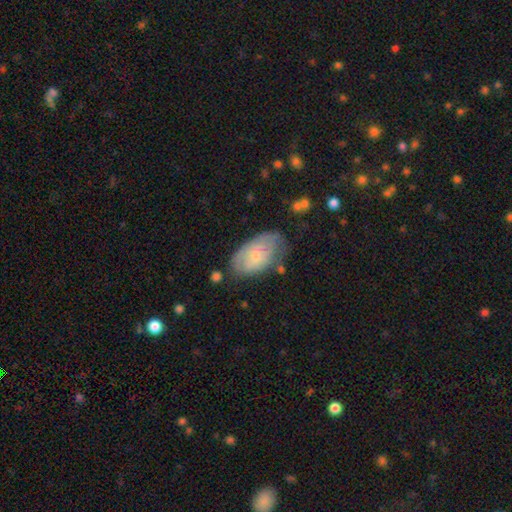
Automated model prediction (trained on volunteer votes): A smooth galaxy with no disk features (47%).

Vote fractions:
- Smooth or featured? smooth: 47% / featured or disk: 46% / star or artifact: 6%
- Merging? none: 55% / minor disturbance: 30% / major disturbance: 10% / merger: 4%